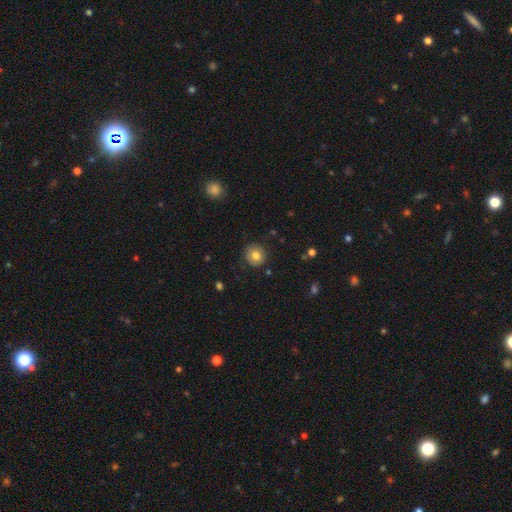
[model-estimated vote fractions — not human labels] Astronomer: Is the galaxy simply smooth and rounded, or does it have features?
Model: smooth — 78%.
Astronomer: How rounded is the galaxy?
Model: round — 89%.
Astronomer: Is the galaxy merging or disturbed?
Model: none — 88%.